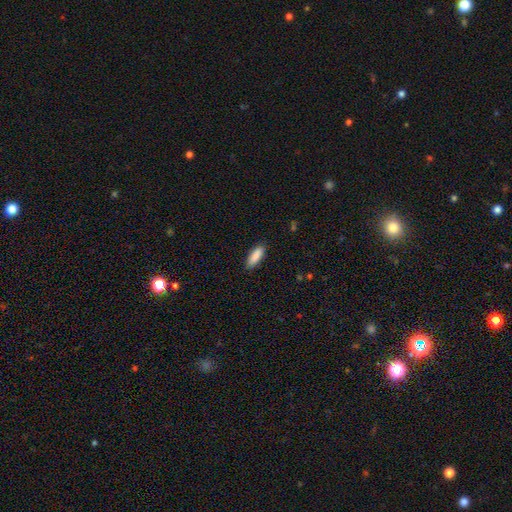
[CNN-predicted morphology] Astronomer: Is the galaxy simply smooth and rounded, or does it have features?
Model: smooth — 89%.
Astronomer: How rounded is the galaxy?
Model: in between — 59% (runner-up: cigar-shaped, 40%).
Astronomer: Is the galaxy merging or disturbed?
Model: none — 87%.